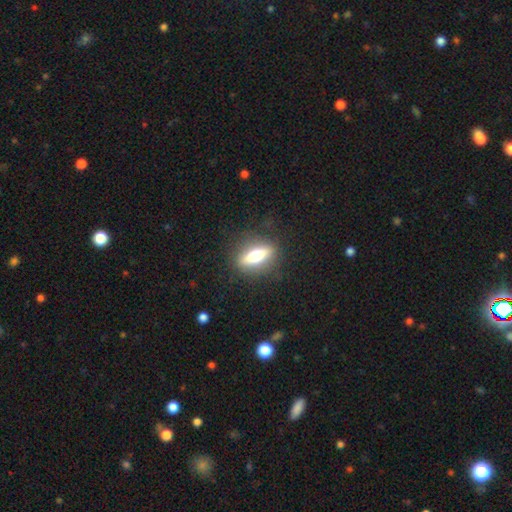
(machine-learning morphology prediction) type=smooth (51%); roundness=in between (54%); merging=none (84%).